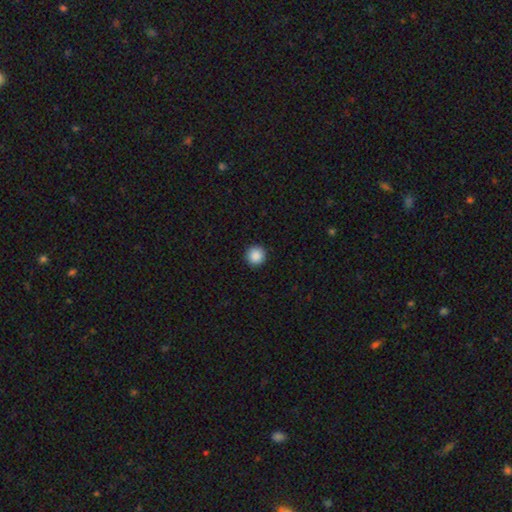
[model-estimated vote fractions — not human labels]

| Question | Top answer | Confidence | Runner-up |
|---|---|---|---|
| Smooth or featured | smooth | 88% | star or artifact (9%) |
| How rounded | round | 96% | in between (3%) |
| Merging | none | 93% | minor disturbance (5%) |